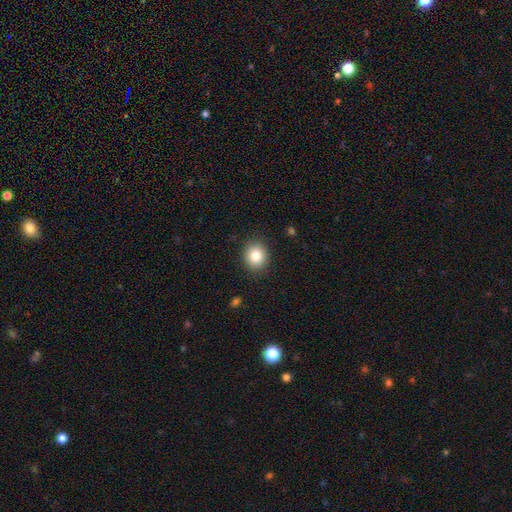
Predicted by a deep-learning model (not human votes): smooth 84%, star or artifact 9%, featured or disk 7%. Down the decision tree: how rounded — round (75%); merging — none (89%).